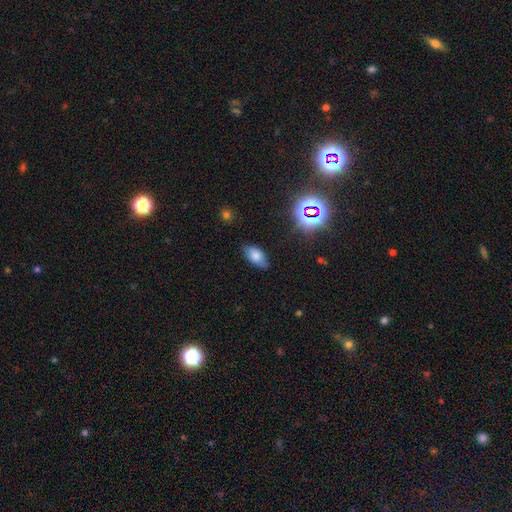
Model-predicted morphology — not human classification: smooth-or-featured: smooth: 75% | featured or disk: 13% | star or artifact: 12%
  how-rounded: in between: 92% | round: 5% | cigar-shaped: 4%
  merging: none: 79% | minor disturbance: 17% | major disturbance: 3% | merger: 1%